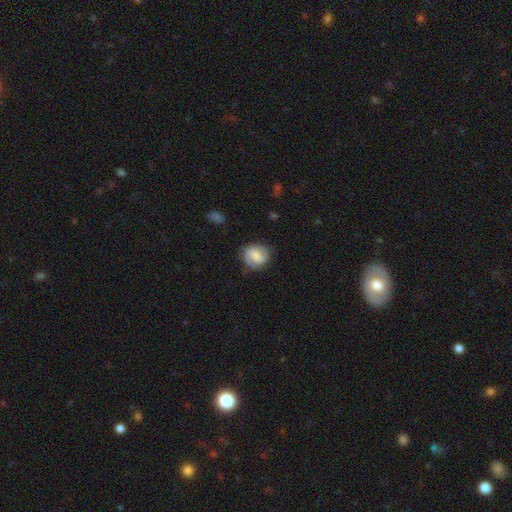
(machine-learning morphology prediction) Q: Smooth or featured?
A: smooth (49%); runner-up: featured or disk (43%)
Q: Merging?
A: none (70%); runner-up: minor disturbance (20%)